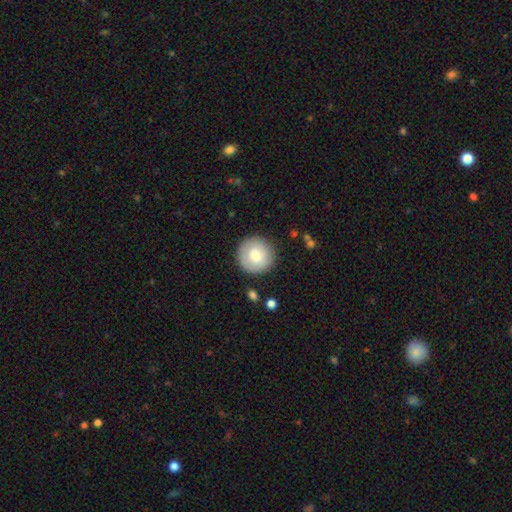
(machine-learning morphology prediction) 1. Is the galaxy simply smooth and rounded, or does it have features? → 78% smooth, 16% featured or disk, 7% star or artifact.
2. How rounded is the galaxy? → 95% round, 4% in between, 1% cigar-shaped.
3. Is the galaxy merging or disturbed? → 88% none, 8% minor disturbance, 3% major disturbance, 2% merger.